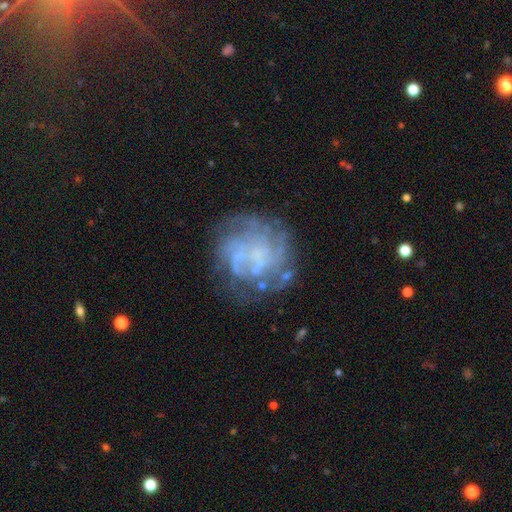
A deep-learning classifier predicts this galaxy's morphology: Smooth or featured?
  - featured or disk: 75% *
  - smooth: 15%
  - star or artifact: 10%
Edge-on disk?
  - no: 98% *
  - yes: 2%
Bar?
  - no: 81% *
  - weak: 15%
  - strong: 4%
Spiral arms?
  - yes: 63% *
  - no: 37%
Bulge size?
  - none: 59% *
  - small: 28%
  - moderate: 9%
  - large: 2%
  - dominant: 1%
Merging?
  - none: 61% *
  - minor disturbance: 18%
  - major disturbance: 17%
  - merger: 4%